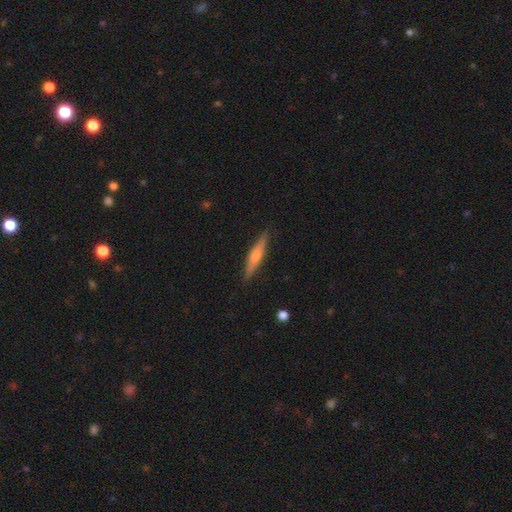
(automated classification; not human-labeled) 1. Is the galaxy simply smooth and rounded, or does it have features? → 51% featured or disk, 43% smooth, 6% star or artifact.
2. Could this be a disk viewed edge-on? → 96% yes, 4% no.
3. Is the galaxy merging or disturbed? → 89% none, 8% minor disturbance, 2% major disturbance, 1% merger.